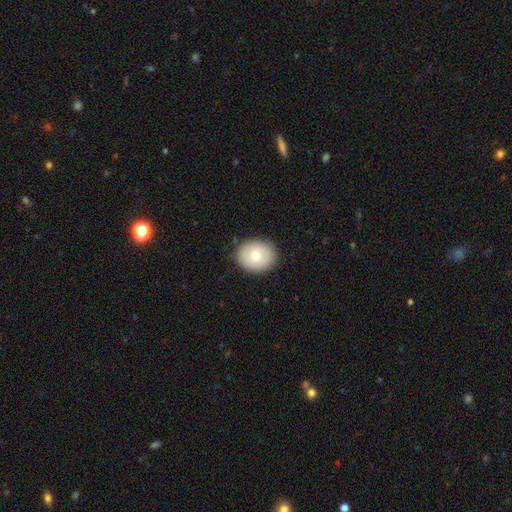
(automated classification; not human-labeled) Smooth or featured? smooth (76%)
How rounded? round (62%)
Merging? none (87%)